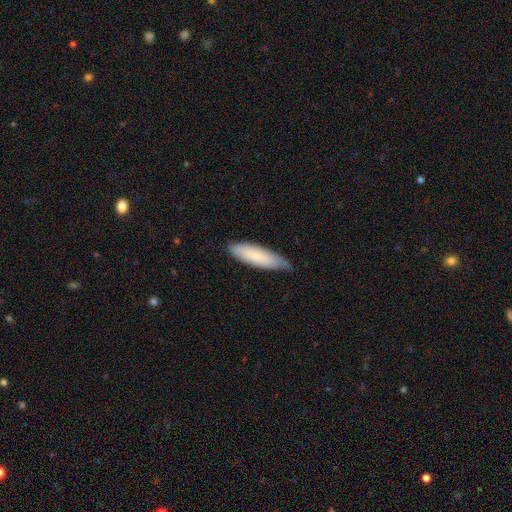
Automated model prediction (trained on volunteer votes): smooth-or-featured: smooth: 76% | featured or disk: 19% | star or artifact: 6%
  how-rounded: cigar-shaped: 56% | in between: 43% | round: 1%
  merging: none: 74% | minor disturbance: 22% | major disturbance: 3% | merger: 1%